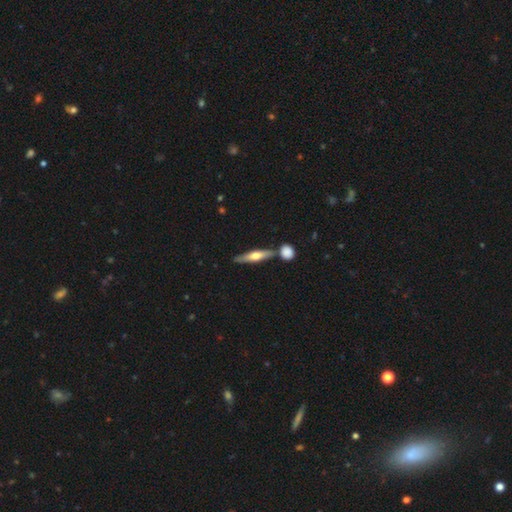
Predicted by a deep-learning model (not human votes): A featured or disk galaxy (51%) viewed edge-on (92%).

Vote fractions:
- Smooth or featured? featured or disk: 51% / smooth: 44% / star or artifact: 6%
- Edge-on disk? yes: 92% / no: 8%
- Merging? none: 73% / merger: 13% / minor disturbance: 11% / major disturbance: 3%